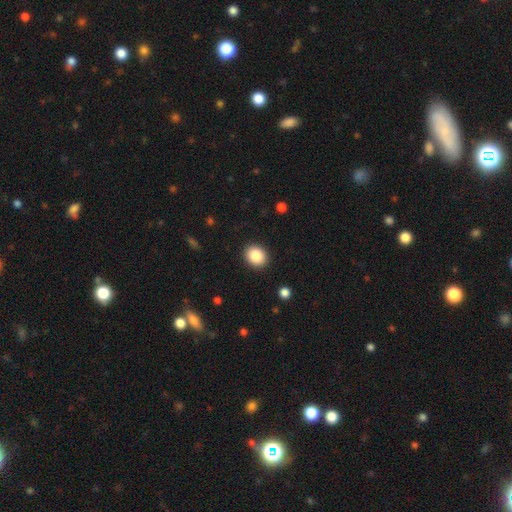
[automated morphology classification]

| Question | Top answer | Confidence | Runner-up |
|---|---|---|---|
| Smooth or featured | smooth | 86% | star or artifact (9%) |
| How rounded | round | 64% | in between (35%) |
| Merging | none | 91% | minor disturbance (6%) |